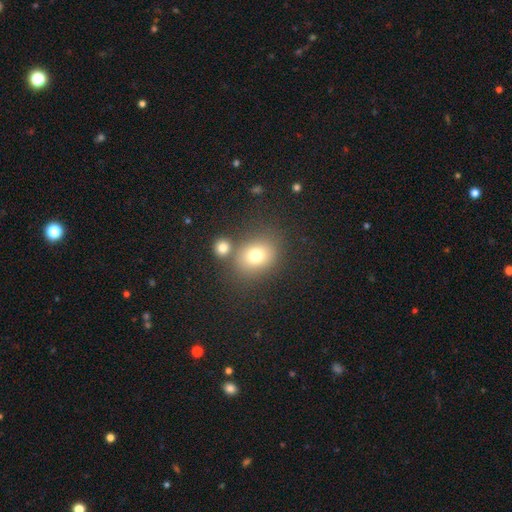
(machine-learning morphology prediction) Smooth or featured? smooth (74%)
How rounded? round (60%)
Merging? none (67%)